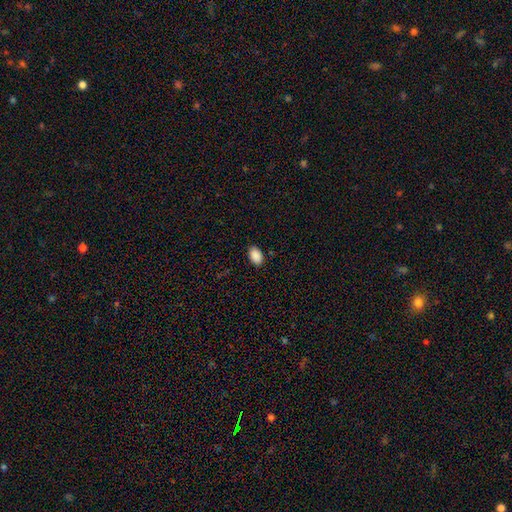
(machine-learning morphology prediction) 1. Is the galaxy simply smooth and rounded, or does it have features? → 90% smooth, 7% star or artifact, 3% featured or disk.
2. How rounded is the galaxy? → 91% in between, 8% round, 1% cigar-shaped.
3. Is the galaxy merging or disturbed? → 87% none, 10% minor disturbance, 2% major disturbance, 1% merger.